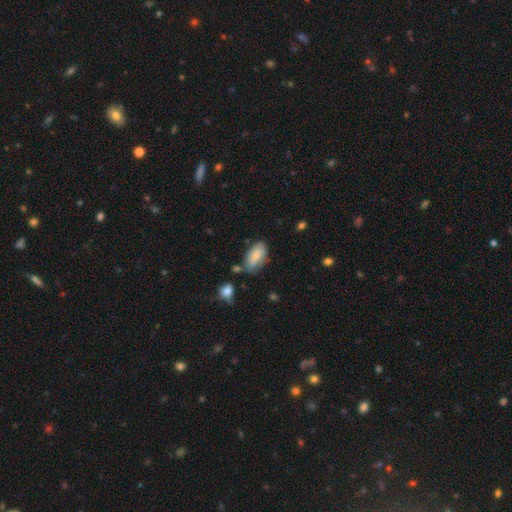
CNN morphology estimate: A smooth galaxy with no disk features (77%) that is in between round and cigar-shaped (93%).

Vote fractions:
- Smooth or featured? smooth: 77% / featured or disk: 17% / star or artifact: 7%
- How rounded? in between: 93% / cigar-shaped: 4% / round: 3%
- Merging? none: 61% / minor disturbance: 26% / major disturbance: 7% / merger: 6%